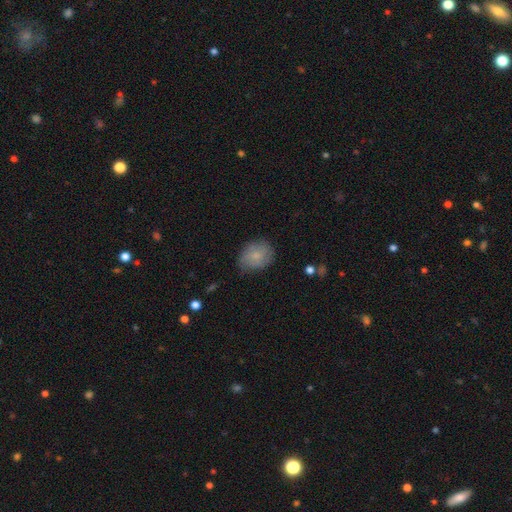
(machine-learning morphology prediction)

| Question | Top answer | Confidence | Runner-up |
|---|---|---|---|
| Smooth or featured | smooth | 70% | featured or disk (23%) |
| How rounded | in between | 50% | round (49%) |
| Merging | none | 71% | minor disturbance (23%) |